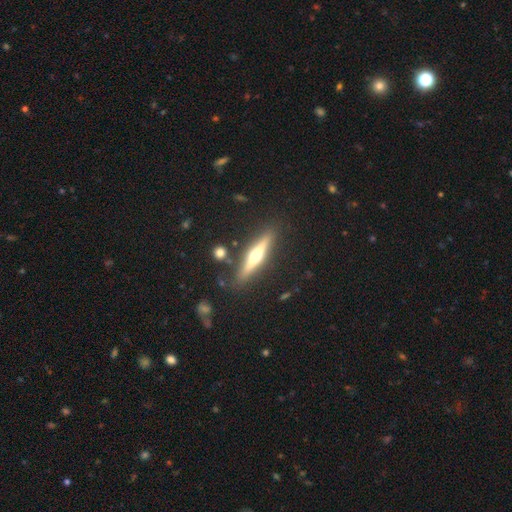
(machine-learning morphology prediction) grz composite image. It shows a featured or disk galaxy (64%) viewed edge-on (95%) with a rounded central bulge (91%). Merging: none (86%).